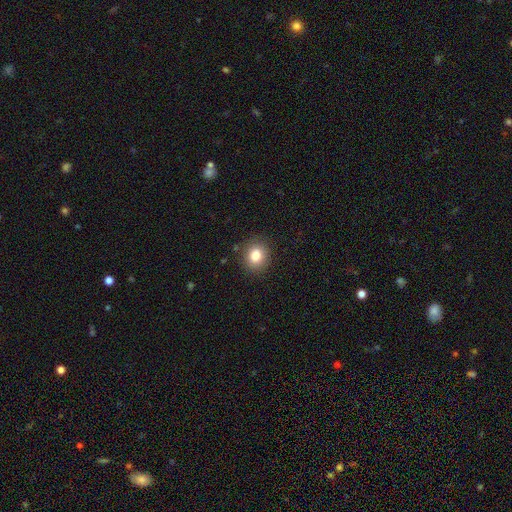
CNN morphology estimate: A smooth galaxy with no disk features (82%) that is round (70%).

Vote fractions:
- Smooth or featured? smooth: 82% / star or artifact: 11% / featured or disk: 7%
- How rounded? round: 70% / in between: 29% / cigar-shaped: 1%
- Merging? none: 87% / minor disturbance: 9% / major disturbance: 3% / merger: 1%